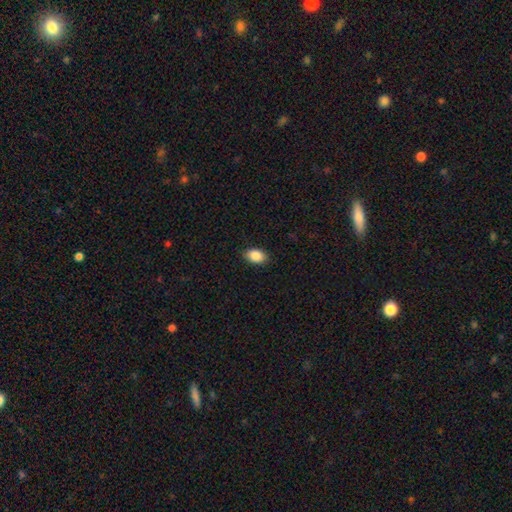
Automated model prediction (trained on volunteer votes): Overall: smooth (88%). How rounded: in between (86%). Merging: none (88%).